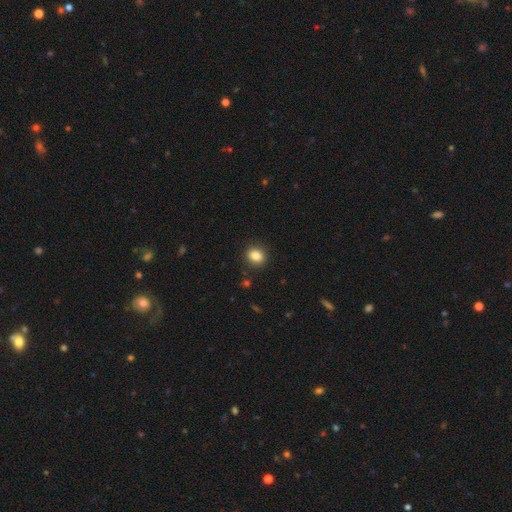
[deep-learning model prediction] smooth 85%, star or artifact 10%, featured or disk 6%. Down the decision tree: how rounded — round (63%); merging — none (89%).